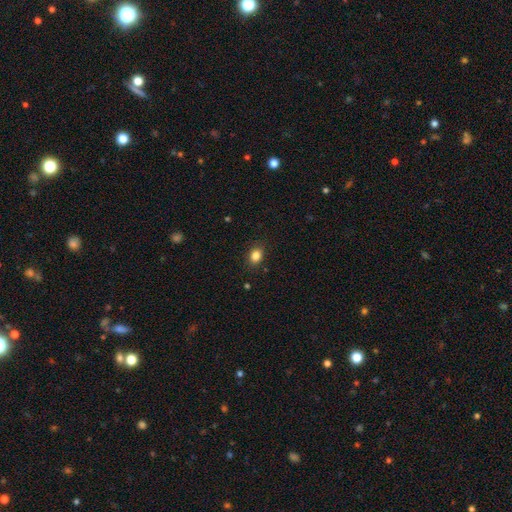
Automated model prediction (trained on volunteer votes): Q: Smooth or featured?
A: smooth (84%); runner-up: star or artifact (11%)
Q: How rounded?
A: in between (59%); runner-up: round (40%)
Q: Merging?
A: none (87%); runner-up: minor disturbance (10%)